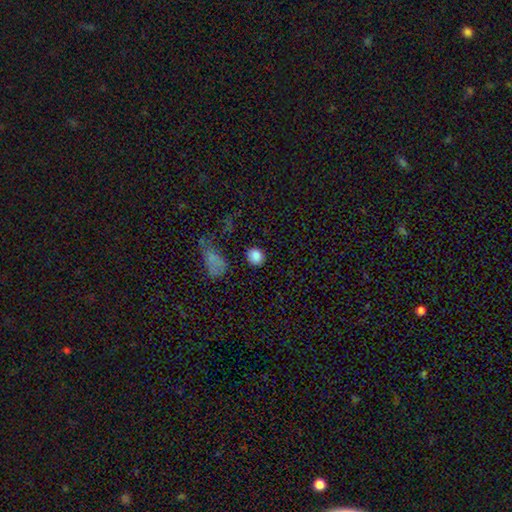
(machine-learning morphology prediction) Smooth or featured?
  - smooth: 85% *
  - star or artifact: 11%
  - featured or disk: 5%
How rounded?
  - round: 84% *
  - in between: 15%
  - cigar-shaped: 1%
Merging?
  - none: 87% *
  - minor disturbance: 8%
  - major disturbance: 3%
  - merger: 2%